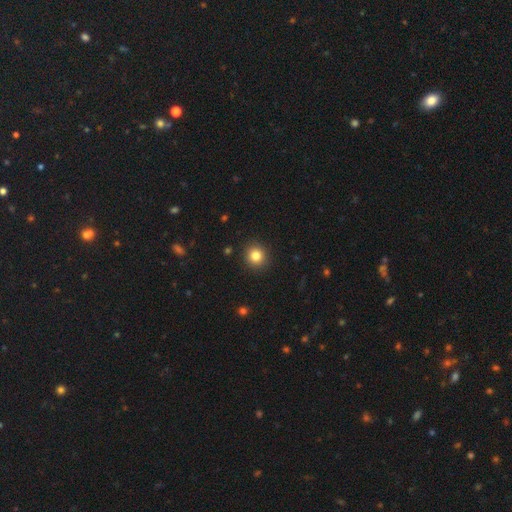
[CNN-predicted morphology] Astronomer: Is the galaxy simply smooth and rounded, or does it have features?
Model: smooth — 83%.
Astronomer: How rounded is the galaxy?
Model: round — 92%.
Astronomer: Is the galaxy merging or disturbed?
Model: none — 92%.